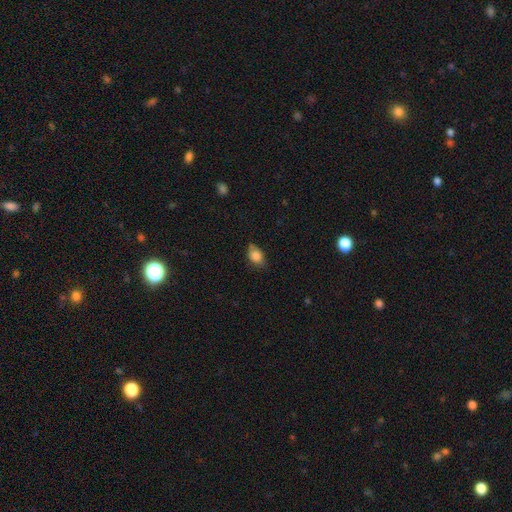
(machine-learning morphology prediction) This appears to be a smooth galaxy with no disk features (84%) that is in between round and cigar-shaped (76%). Merging: none (62%).